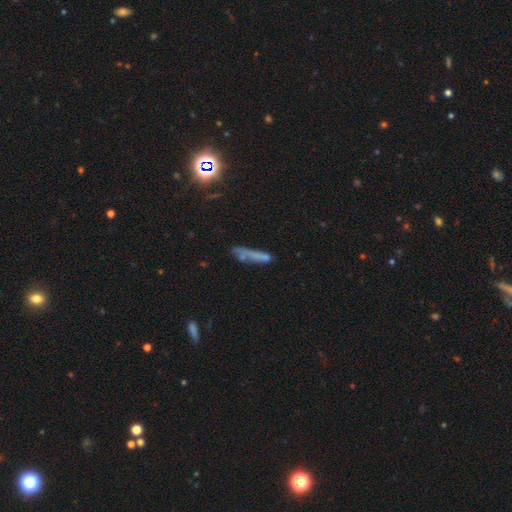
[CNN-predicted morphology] Smooth or featured? Predicted: smooth (p=0.51). How rounded? Predicted: cigar-shaped (p=0.85). Merging? Predicted: none (p=0.51).